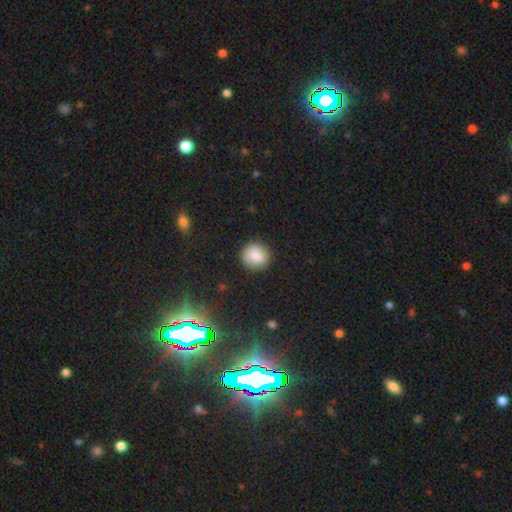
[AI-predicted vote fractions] A smooth galaxy with no disk features (83%) that is round (91%).

Vote fractions:
- Smooth or featured? smooth: 83% / star or artifact: 9% / featured or disk: 8%
- How rounded? round: 91% / in between: 8% / cigar-shaped: 1%
- Merging? none: 87% / minor disturbance: 9% / major disturbance: 2% / merger: 1%